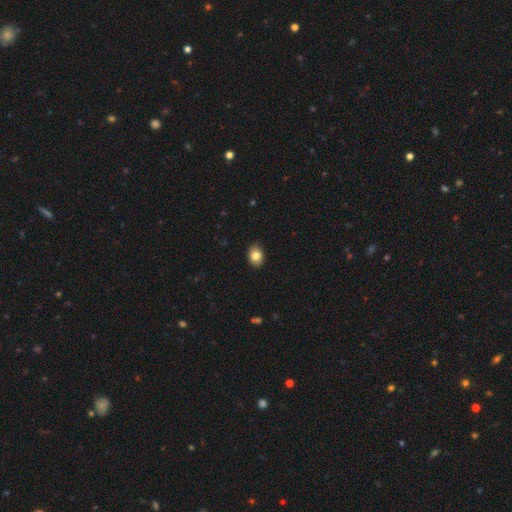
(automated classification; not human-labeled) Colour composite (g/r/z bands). It shows a smooth galaxy with no disk features (82%) that is in between round and cigar-shaped (67%). Merging: none (87%).